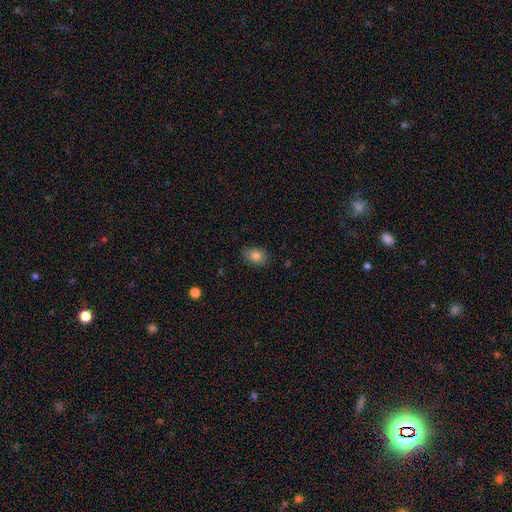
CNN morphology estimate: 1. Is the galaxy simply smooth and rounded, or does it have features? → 83% smooth, 10% star or artifact, 7% featured or disk.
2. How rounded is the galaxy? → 65% in between, 34% round, 1% cigar-shaped.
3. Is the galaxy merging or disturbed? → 85% none, 12% minor disturbance, 2% major disturbance, 1% merger.